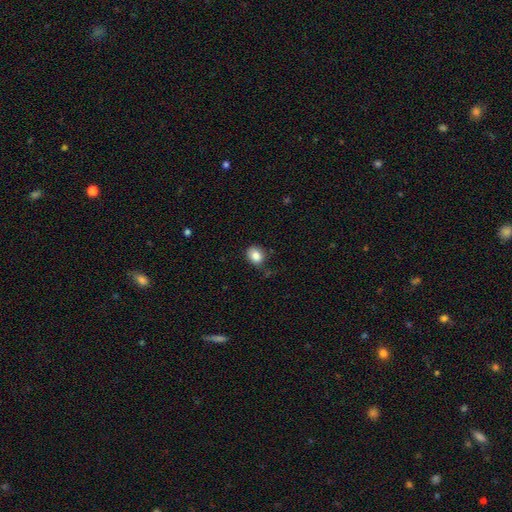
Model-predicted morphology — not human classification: Q: Smooth or featured?
A: smooth (85%); runner-up: star or artifact (9%)
Q: How rounded?
A: round (52%); runner-up: in between (47%)
Q: Merging?
A: none (75%); runner-up: minor disturbance (19%)